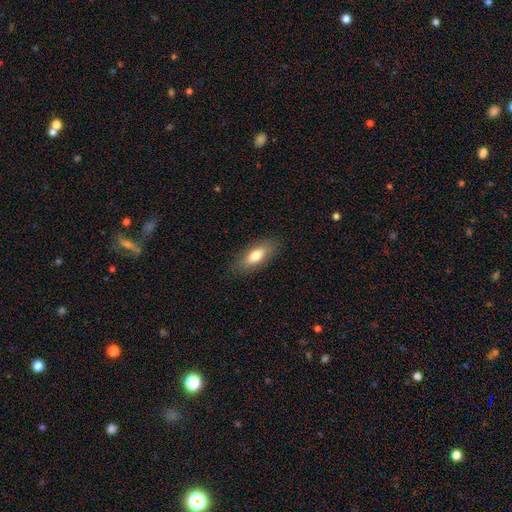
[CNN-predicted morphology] smooth_or_featured: smooth (p=0.74) [alt: featured or disk p=0.19]
how_rounded: in between (p=0.74) [alt: cigar-shaped p=0.22]
merging: none (p=0.84) [alt: minor disturbance p=0.11]